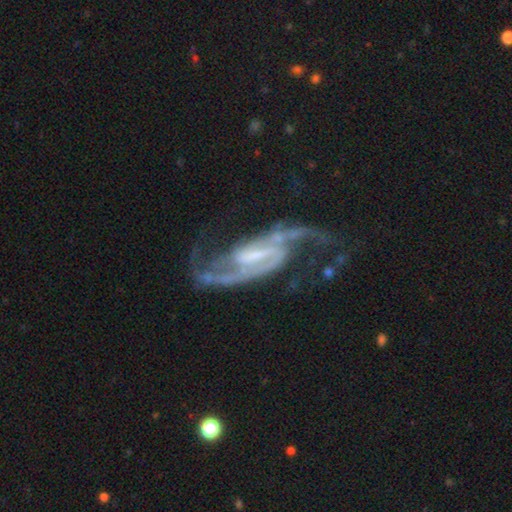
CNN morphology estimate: type=featured or disk (92%); edge-on=no (96%); bar=strong (45%); spiral arms=yes (98%); winding=medium (51%); arm count=2 (91%); bulge=small (46%); merging=none (59%).